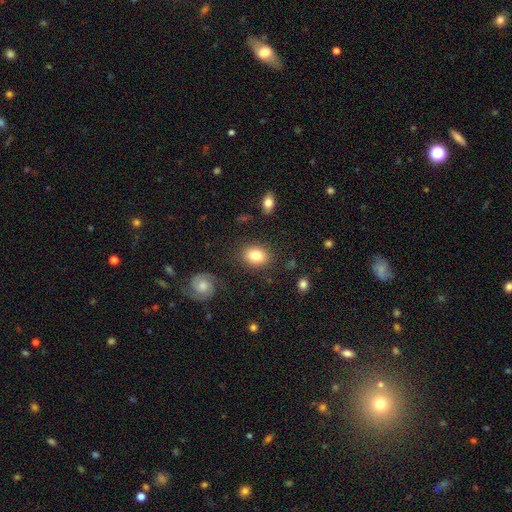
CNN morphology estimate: A smooth galaxy with no disk features (81%) that is in between round and cigar-shaped (64%).

Vote fractions:
- Smooth or featured? smooth: 81% / featured or disk: 11% / star or artifact: 8%
- How rounded? in between: 64% / round: 35% / cigar-shaped: 1%
- Merging? none: 84% / minor disturbance: 10% / major disturbance: 3% / merger: 2%